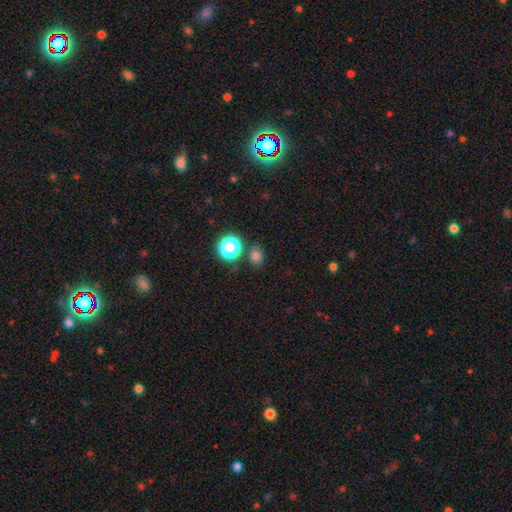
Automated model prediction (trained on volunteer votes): smooth_or_featured: smooth (p=0.75) [alt: star or artifact p=0.21]
how_rounded: round (p=0.57) [alt: in between p=0.42]
merging: none (p=0.80) [alt: minor disturbance p=0.10]